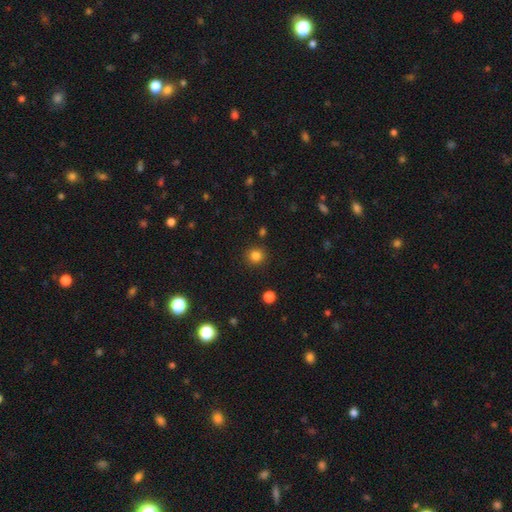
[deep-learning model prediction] Q: Smooth or featured?
A: smooth (83%); runner-up: star or artifact (13%)
Q: How rounded?
A: round (91%); runner-up: in between (8%)
Q: Merging?
A: none (89%); runner-up: minor disturbance (7%)